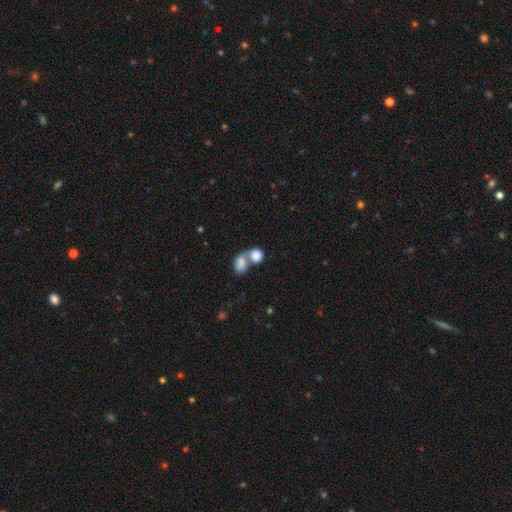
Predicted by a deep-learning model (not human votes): This appears to be a smooth galaxy with no disk features (82%) that is in between round and cigar-shaped (50%). Merging: merger (73%).